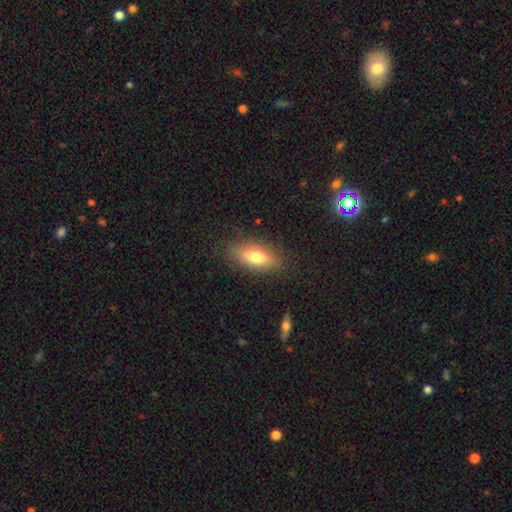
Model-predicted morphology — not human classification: Smooth or featured: smooth — 68% (featured or disk — 24%)
How rounded: in between — 74% (cigar-shaped — 22%)
Merging: none — 84% (minor disturbance — 11%)